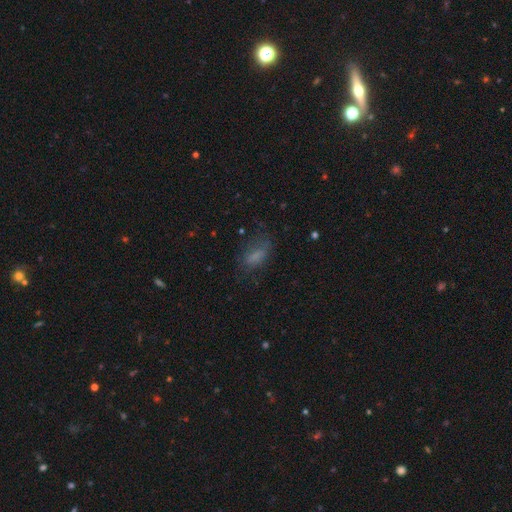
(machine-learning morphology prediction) This is likely a smooth galaxy (68%). How rounded: clearly in between (82%). Merging: possibly none (53%).